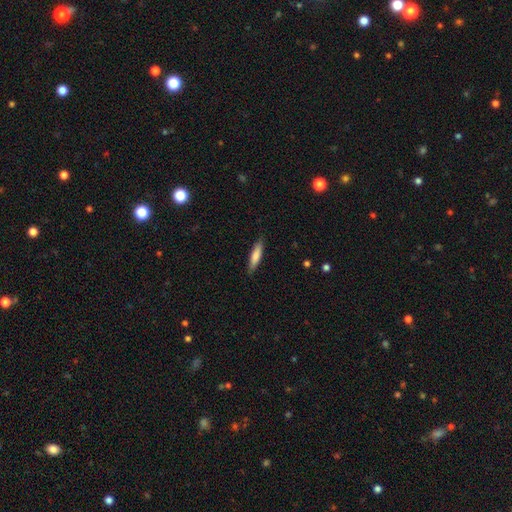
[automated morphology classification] Smooth or featured? smooth (77%)
How rounded? cigar-shaped (80%)
Merging? none (87%)